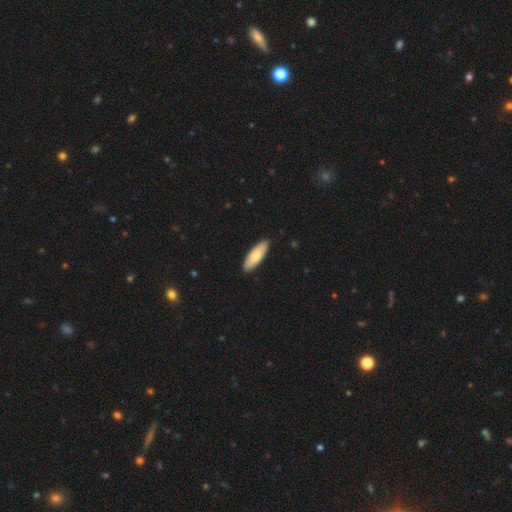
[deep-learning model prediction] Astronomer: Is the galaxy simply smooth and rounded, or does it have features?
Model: smooth — 75%.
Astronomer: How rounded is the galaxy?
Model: in between — 62%.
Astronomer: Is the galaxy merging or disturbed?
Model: none — 90%.